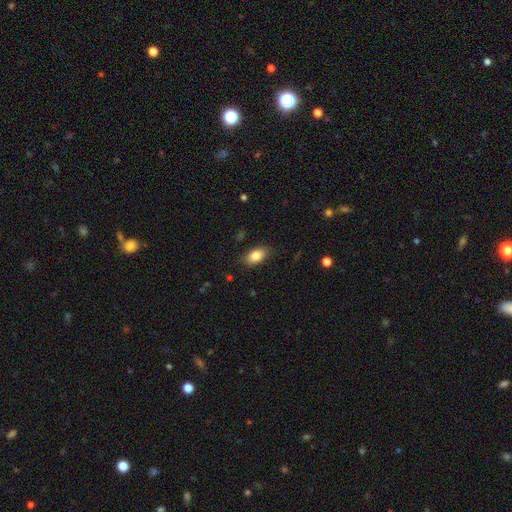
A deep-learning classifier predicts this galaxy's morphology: smooth-or-featured: smooth: 84% | featured or disk: 8% | star or artifact: 8%
  how-rounded: in between: 90% | round: 7% | cigar-shaped: 3%
  merging: none: 84% | minor disturbance: 12% | major disturbance: 3% | merger: 1%